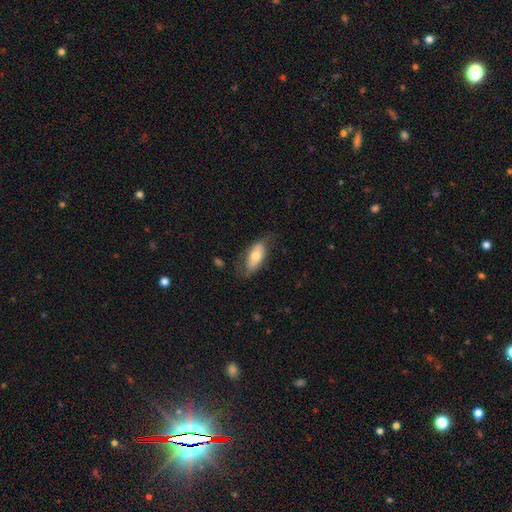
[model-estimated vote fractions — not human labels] This is likely a smooth galaxy (66%). How rounded: clearly in between (82%). Merging: likely none (66%).